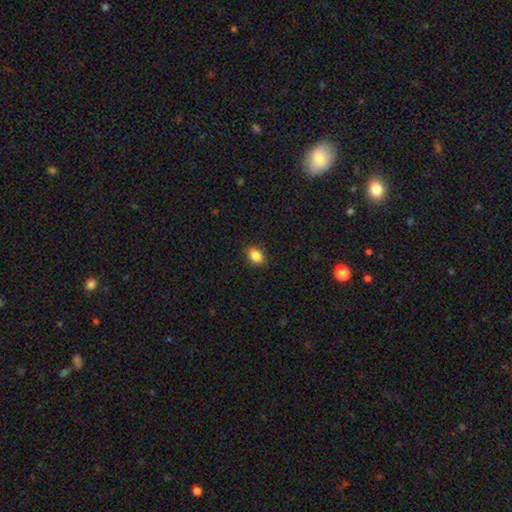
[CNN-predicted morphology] The model was most divided on "how rounded": in between: 74%, round: 25%, cigar-shaped: 1%. More confident: merging — none (89%); smooth or featured — smooth (87%).